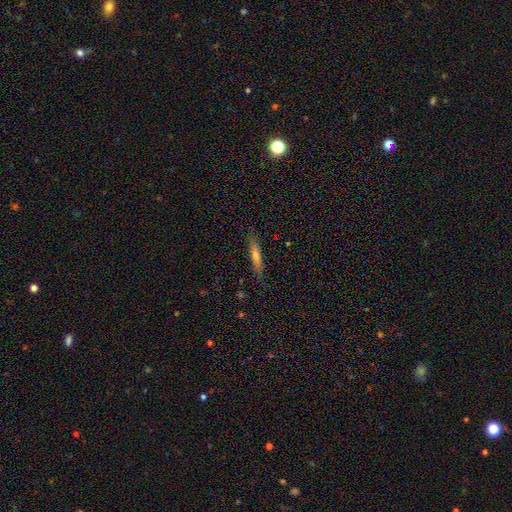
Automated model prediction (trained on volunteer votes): Smooth or featured? smooth (52%)
How rounded? cigar-shaped (87%)
Merging? none (85%)